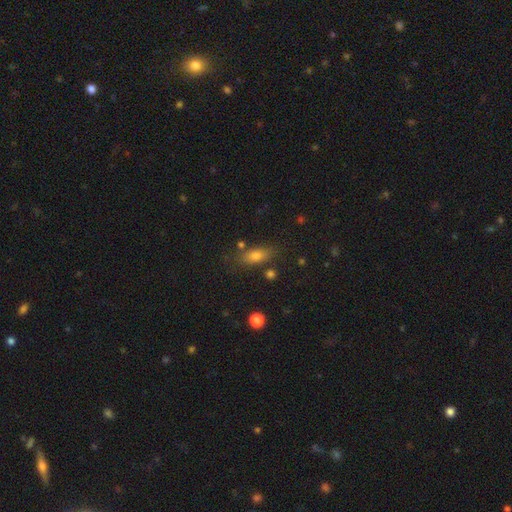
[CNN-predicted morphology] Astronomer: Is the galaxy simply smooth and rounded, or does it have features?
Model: smooth — 73%.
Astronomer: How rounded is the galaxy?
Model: in between — 72%.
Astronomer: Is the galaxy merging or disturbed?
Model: none — 74%.